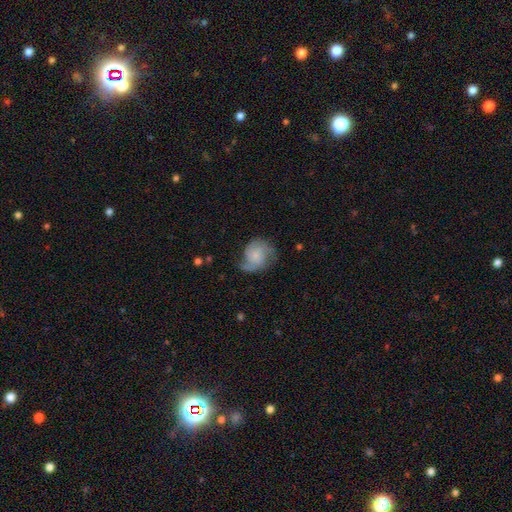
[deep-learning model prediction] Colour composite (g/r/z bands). It shows a featured or disk galaxy (69%) with no bar (72%), 2 (70%) medium (44%) spiral arms (93%) and a small central bulge (60%). Merging: none (58%).